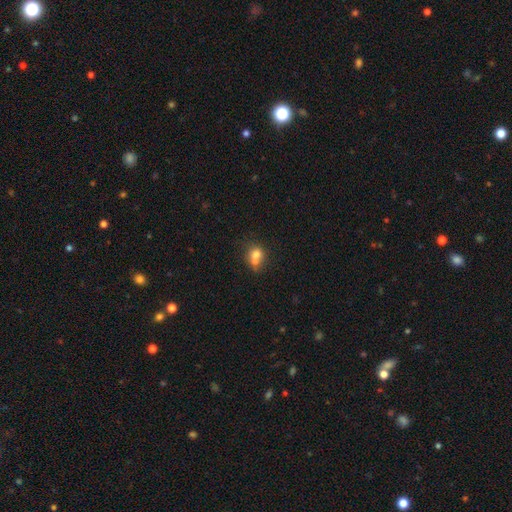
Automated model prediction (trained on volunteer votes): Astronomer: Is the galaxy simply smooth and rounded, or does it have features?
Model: smooth — 71%.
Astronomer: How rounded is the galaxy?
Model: round — 60% (runner-up: in between, 39%).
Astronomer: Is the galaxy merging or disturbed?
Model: merger — 54% (runner-up: none, 30%).